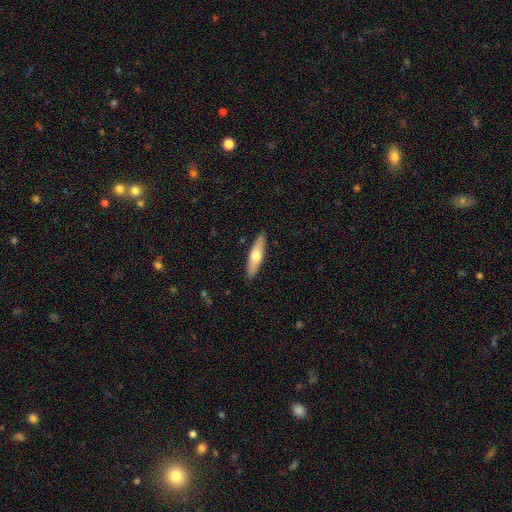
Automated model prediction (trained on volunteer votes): Smooth or featured? Predicted: smooth (p=0.58). How rounded? Predicted: cigar-shaped (p=0.69). Merging? Predicted: none (p=0.90).